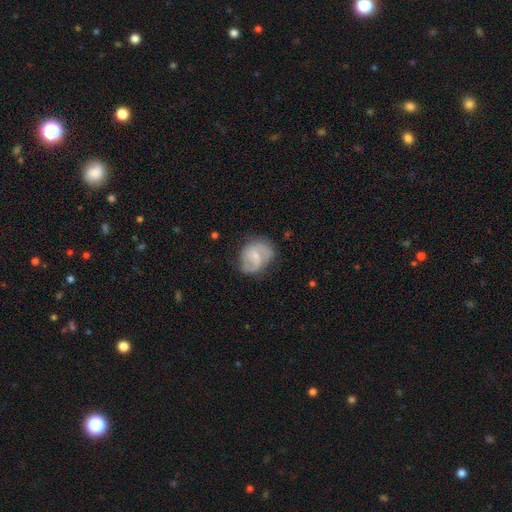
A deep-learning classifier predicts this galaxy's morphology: Smooth or featured? Predicted: featured or disk (p=0.66). Edge-on disk? Predicted: no (p=0.97). Bar? Predicted: weak (p=0.47). Spiral arms? Predicted: yes (p=0.86). Spiral winding? Predicted: medium (p=0.49). Spiral arm count? Predicted: 2 (p=0.74). Bulge size? Predicted: small (p=0.62). Merging? Predicted: none (p=0.61).